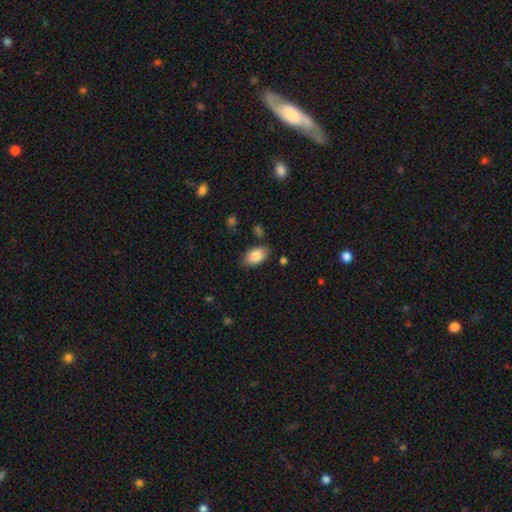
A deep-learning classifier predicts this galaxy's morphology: smooth-or-featured: smooth: 86% | featured or disk: 7% | star or artifact: 7%
  how-rounded: in between: 93% | round: 6% | cigar-shaped: 2%
  merging: none: 82% | minor disturbance: 13% | major disturbance: 3% | merger: 2%